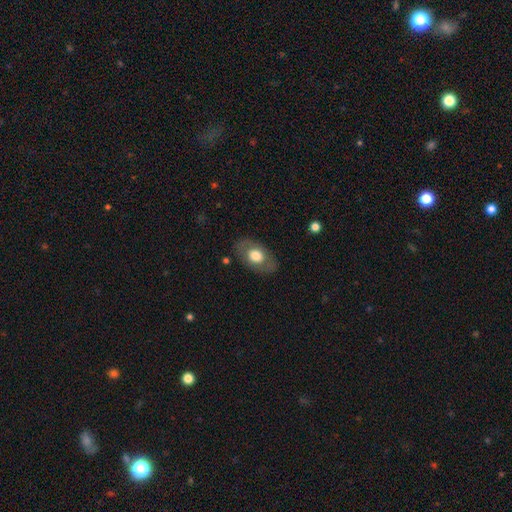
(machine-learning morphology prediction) The model was most divided on "smooth or featured": smooth: 62%, featured or disk: 32%, star or artifact: 6%. More confident: how rounded — in between (85%); merging — none (81%).